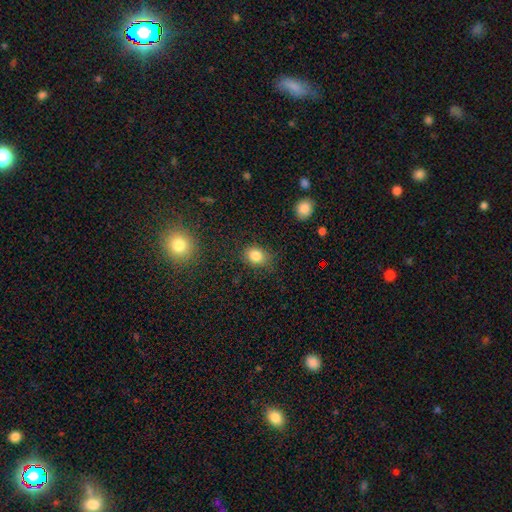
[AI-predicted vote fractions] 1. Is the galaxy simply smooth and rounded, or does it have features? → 83% smooth, 11% star or artifact, 6% featured or disk.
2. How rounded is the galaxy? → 55% in between, 44% round, 1% cigar-shaped.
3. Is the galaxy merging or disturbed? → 76% none, 18% minor disturbance, 5% major disturbance, 2% merger.